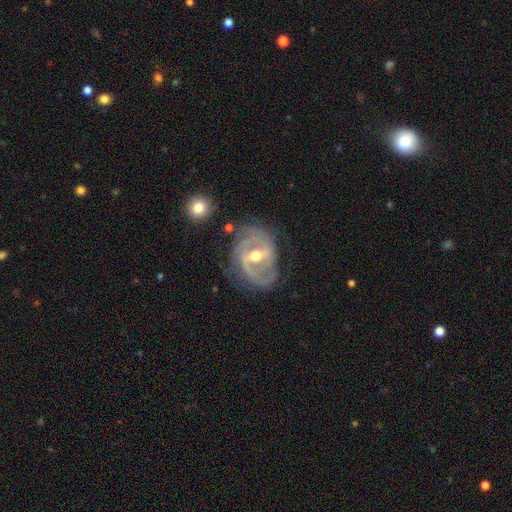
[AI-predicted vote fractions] A featured or disk galaxy (88%) with a strong bar (46%), 2 (65%) medium (44%) spiral arms (93%) and a moderate central bulge (71%). Merging: none (67%).